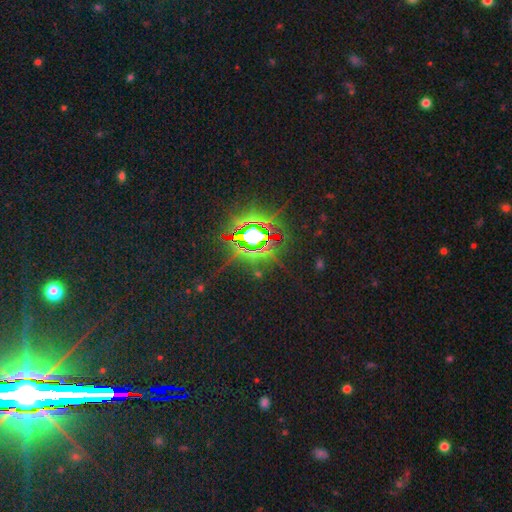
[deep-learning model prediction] star or artifact 85%, smooth 8%, featured or disk 6%.